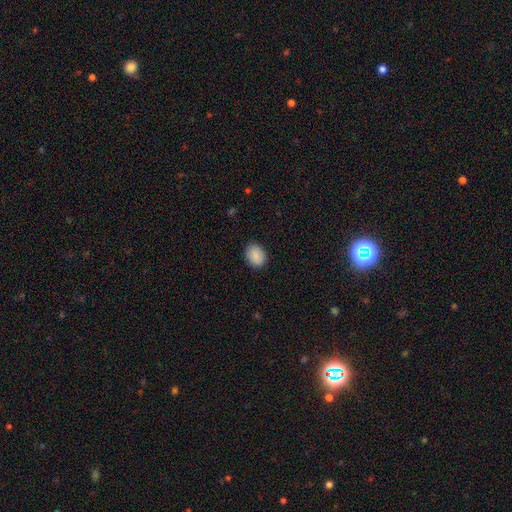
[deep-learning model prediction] Morphology: type=smooth (89%); roundness=in between (61%); merging=none (87%).